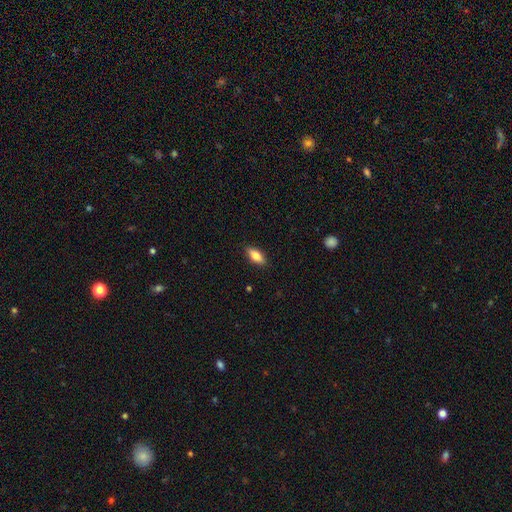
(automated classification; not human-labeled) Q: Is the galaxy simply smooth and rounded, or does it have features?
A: smooth — 80%.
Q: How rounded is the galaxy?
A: in between — 82%.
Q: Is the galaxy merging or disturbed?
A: none — 88%.